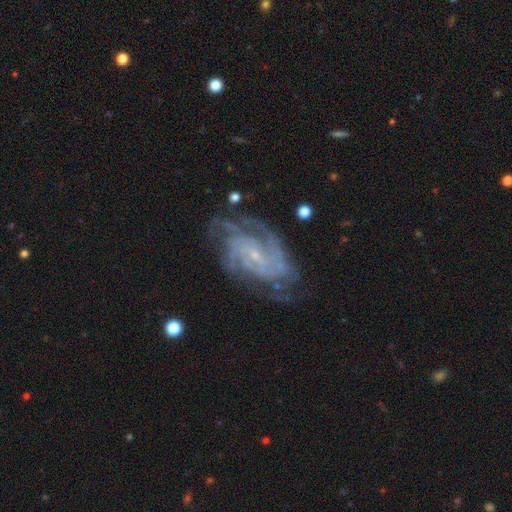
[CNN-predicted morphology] The model was most divided on "spiral arm count": can't tell: 24%, 3: 22%, 2: 20%, 4: 19%, more than 4: 8%, 1: 7%. More confident: spiral arms — yes (97%); edge-on disk — no (97%); smooth or featured — featured or disk (88%); bulge size — small (82%); merging — none (68%); spiral winding — tight (57%); bar — no (56%).